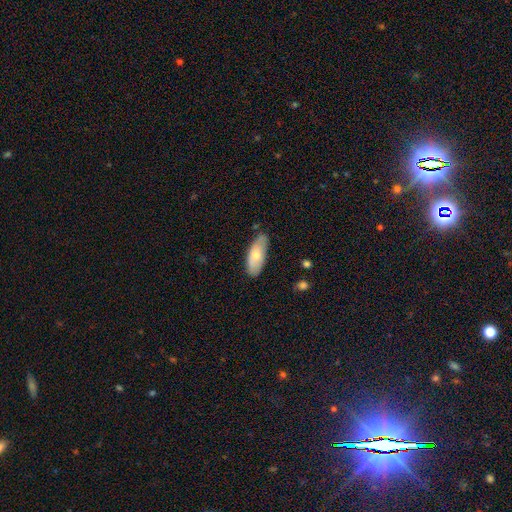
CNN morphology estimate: This appears to be a smooth galaxy with no disk features (70%) that is in between round and cigar-shaped (80%). Merging: none (75%).